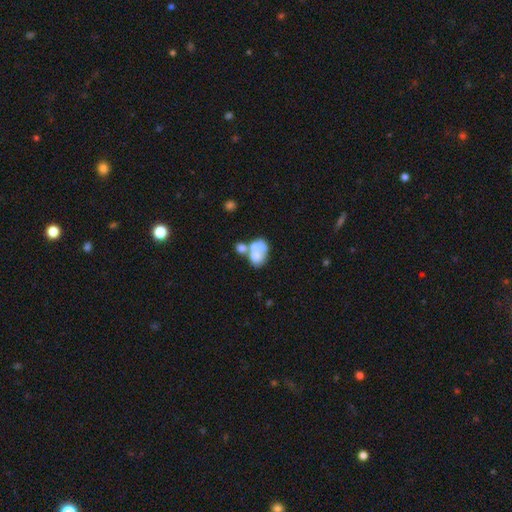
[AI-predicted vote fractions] A smooth galaxy with no disk features (50%). Merging: merger (58%).